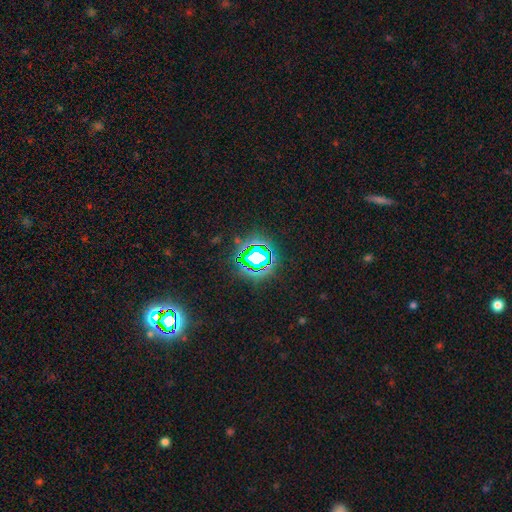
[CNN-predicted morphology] Smooth or featured: star or artifact — 71% (smooth — 17%)